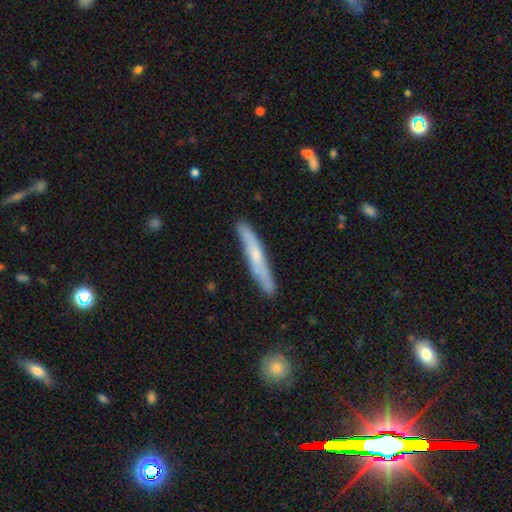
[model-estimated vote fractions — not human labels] Smooth or featured?
  - smooth: 49% *
  - featured or disk: 46%
  - star or artifact: 6%
Merging?
  - none: 84% *
  - minor disturbance: 12%
  - merger: 2%
  - major disturbance: 2%